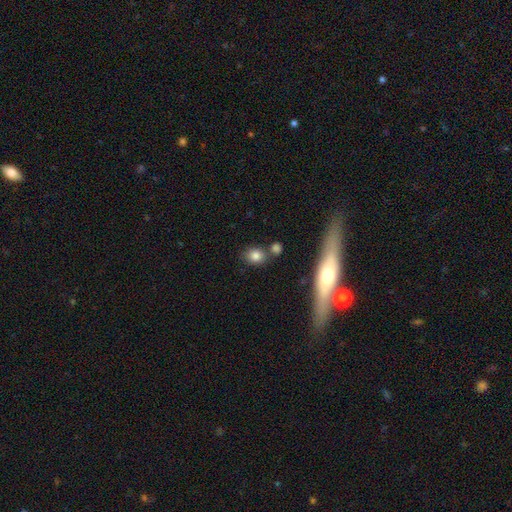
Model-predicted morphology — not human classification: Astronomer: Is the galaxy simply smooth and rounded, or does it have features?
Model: smooth — 81%.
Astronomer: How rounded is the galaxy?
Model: round — 57% (runner-up: in between, 41%).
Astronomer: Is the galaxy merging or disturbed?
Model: none — 68%.